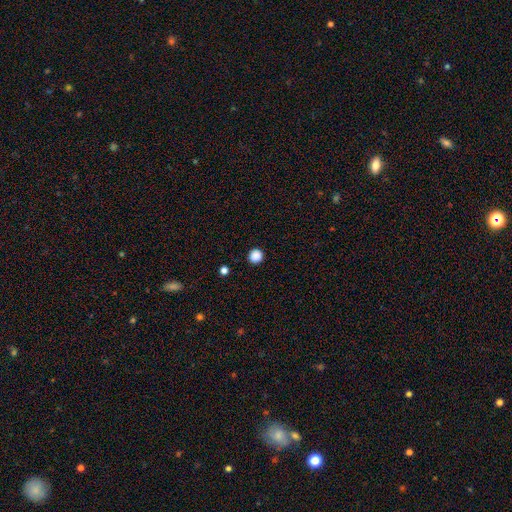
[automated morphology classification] Smooth or featured?
  - smooth: 87% *
  - star or artifact: 11%
  - featured or disk: 2%
How rounded?
  - round: 96% *
  - in between: 3%
  - cigar-shaped: 1%
Merging?
  - none: 93% *
  - minor disturbance: 4%
  - major disturbance: 2%
  - merger: 1%